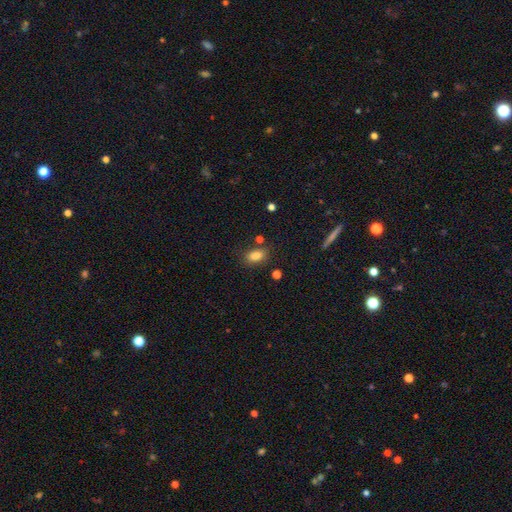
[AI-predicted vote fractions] smooth_or_featured: smooth (p=0.84) [alt: star or artifact p=0.10]
how_rounded: in between (p=0.86) [alt: round p=0.11]
merging: none (p=0.79) [alt: minor disturbance p=0.13]